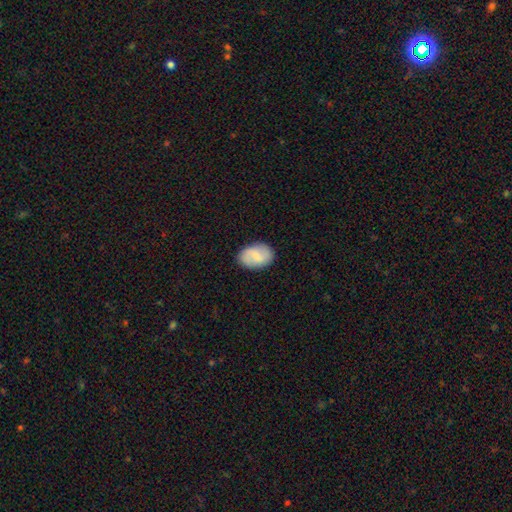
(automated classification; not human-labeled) This is possibly a smooth galaxy (60%). How rounded: clearly in between (82%). Merging: clearly none (86%).